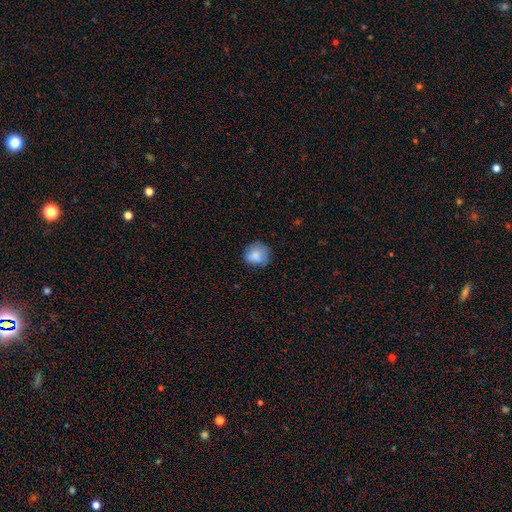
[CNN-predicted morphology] Smooth or featured? smooth (81%)
How rounded? round (80%)
Merging? none (69%)